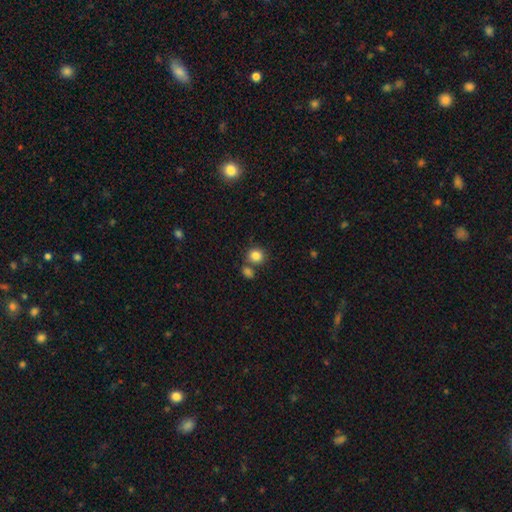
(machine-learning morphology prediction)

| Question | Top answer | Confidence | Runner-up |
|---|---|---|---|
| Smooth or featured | smooth | 84% | star or artifact (11%) |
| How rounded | round | 84% | in between (15%) |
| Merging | none | 66% | merger (21%) |